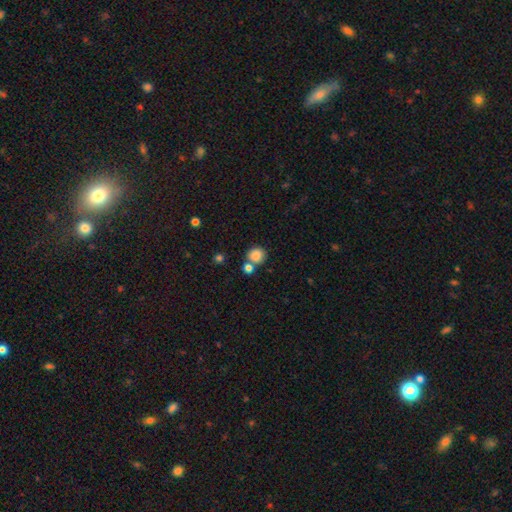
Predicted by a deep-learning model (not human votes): The model was most divided on "merging": none: 63%, merger: 24%, minor disturbance: 10%, major disturbance: 3%. More confident: how rounded — round (86%); smooth or featured — smooth (85%).